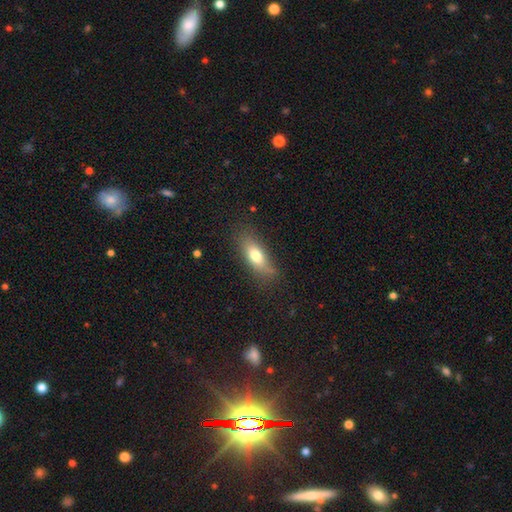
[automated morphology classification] Smooth or featured? Predicted: smooth (p=0.71). How rounded? Predicted: in between (p=0.70). Merging? Predicted: none (p=0.74).